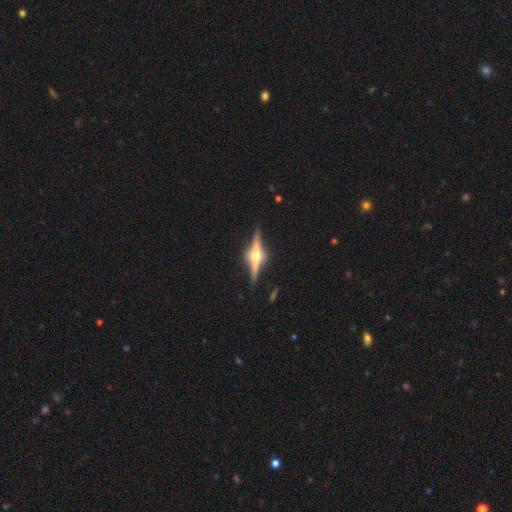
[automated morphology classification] type=featured or disk (83%); edge-on=yes (98%); edge-on bulge=rounded (93%); merging=none (87%).